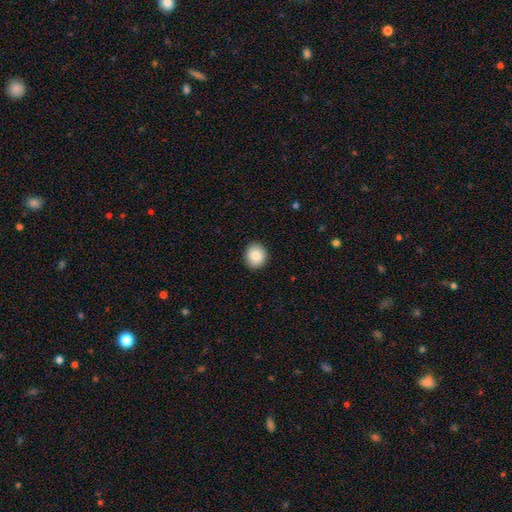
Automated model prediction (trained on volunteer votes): Smooth or featured: smooth — 85% (star or artifact — 8%)
How rounded: round — 81% (in between — 18%)
Merging: none — 90% (minor disturbance — 7%)